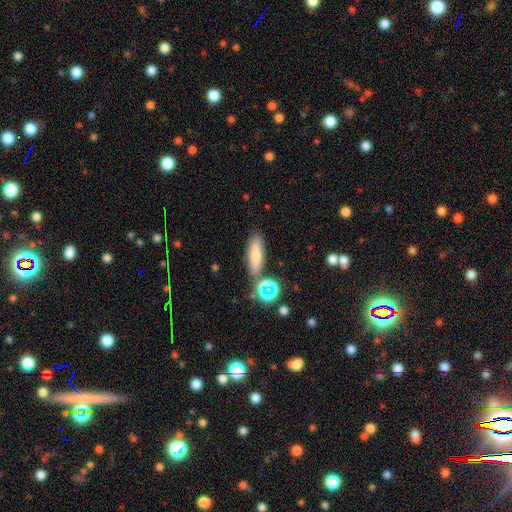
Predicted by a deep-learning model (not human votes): Q: Smooth or featured?
A: smooth (68%); runner-up: featured or disk (19%)
Q: How rounded?
A: cigar-shaped (49%); runner-up: in between (45%)
Q: Merging?
A: none (74%); runner-up: minor disturbance (13%)